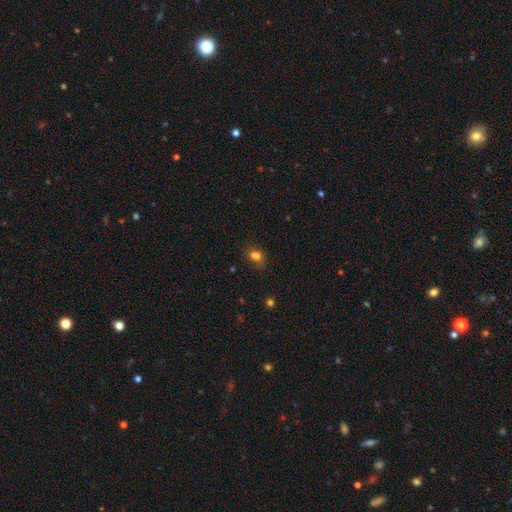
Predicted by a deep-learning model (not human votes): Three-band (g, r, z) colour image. It shows a smooth galaxy with no disk features (72%) that is in between round and cigar-shaped (56%). Merging: none (45%).